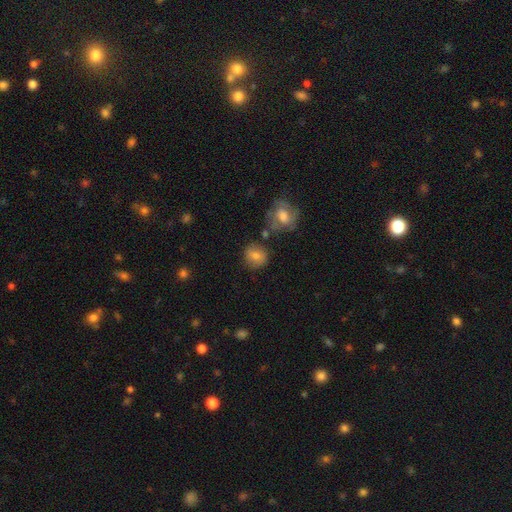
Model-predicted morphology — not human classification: This appears to be a smooth galaxy with no disk features (75%) that is round (83%). Merging: none (79%).